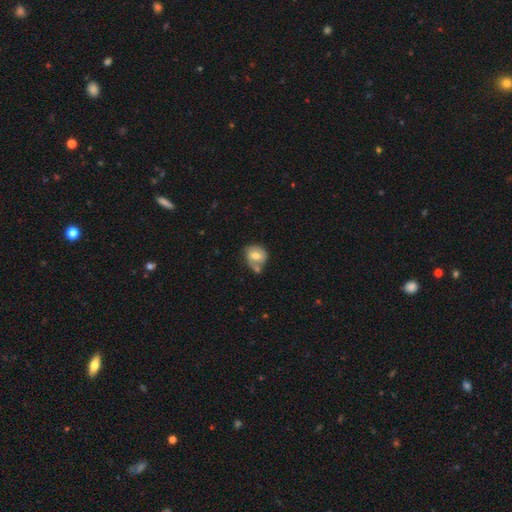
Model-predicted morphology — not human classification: type=smooth (64%); roundness=round (68%); merging=none (42%).